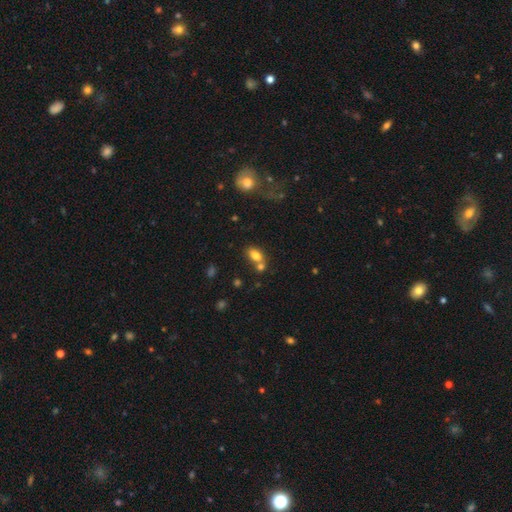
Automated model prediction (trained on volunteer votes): Morphology: type=smooth (78%); roundness=in between (83%); merging=none (44%).